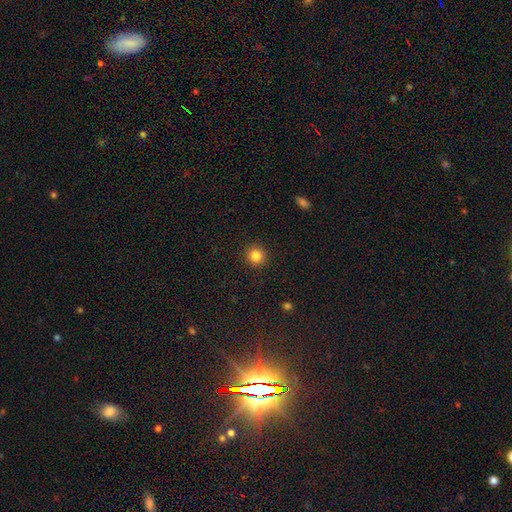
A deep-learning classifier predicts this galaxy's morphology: Smooth or featured? smooth (84%)
How rounded? round (94%)
Merging? none (92%)